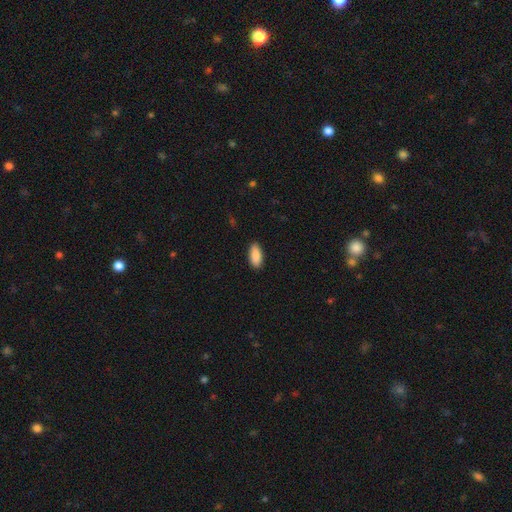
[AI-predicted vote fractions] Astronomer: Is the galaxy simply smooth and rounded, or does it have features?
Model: smooth — 90%.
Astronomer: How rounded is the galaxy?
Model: in between — 87%.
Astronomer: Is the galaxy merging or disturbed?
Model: none — 89%.